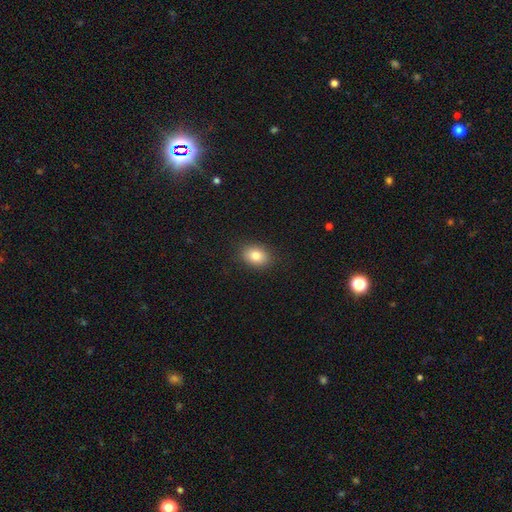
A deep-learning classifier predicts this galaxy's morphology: The model was most divided on "how rounded": in between: 72%, round: 27%, cigar-shaped: 1%. More confident: merging — none (88%); smooth or featured — smooth (82%).